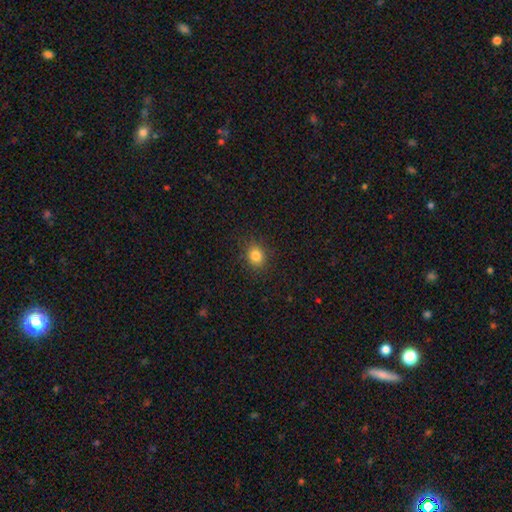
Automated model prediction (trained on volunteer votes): Smooth or featured? Predicted: smooth (p=0.82). How rounded? Predicted: round (p=0.67). Merging? Predicted: none (p=0.87).